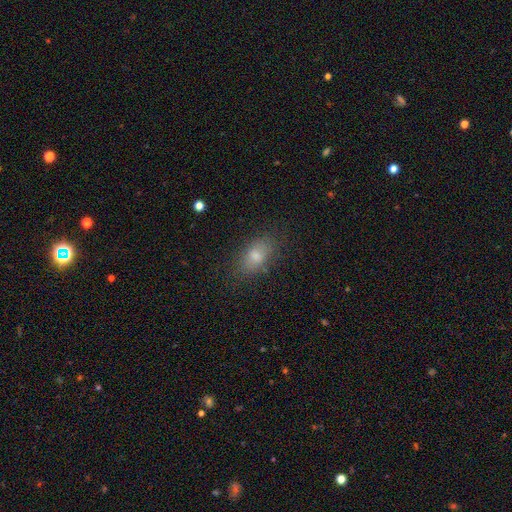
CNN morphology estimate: Smooth or featured? Predicted: smooth (p=0.75). How rounded? Predicted: in between (p=0.82). Merging? Predicted: none (p=0.81).